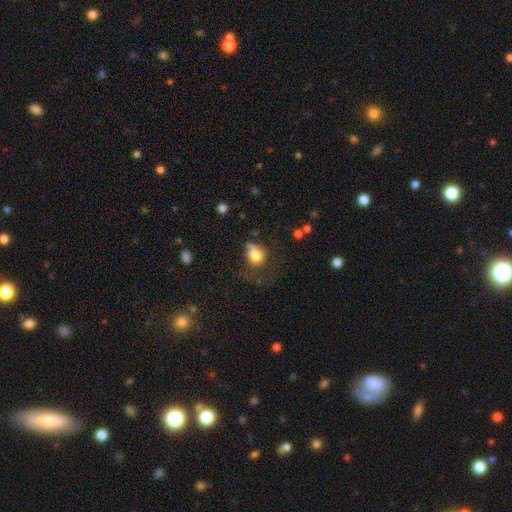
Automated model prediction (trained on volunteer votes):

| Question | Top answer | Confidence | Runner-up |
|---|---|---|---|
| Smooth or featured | smooth | 76% | featured or disk (14%) |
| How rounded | in between | 53% | round (46%) |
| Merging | none | 34% | minor disturbance (31%) |